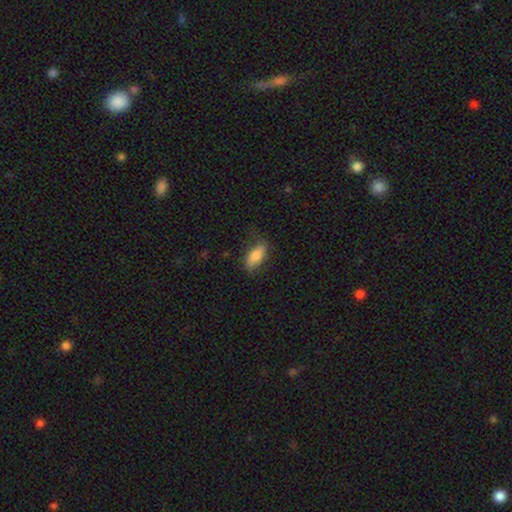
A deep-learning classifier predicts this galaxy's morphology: Overall: smooth (81%). How rounded: in between (85%). Merging: none (71%).